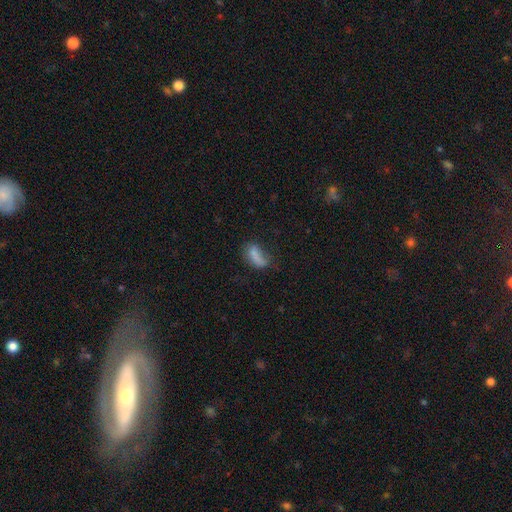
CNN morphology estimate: The model was most divided on "merging": none: 42%, minor disturbance: 30%, major disturbance: 23%, merger: 6%. More confident: how rounded — in between (82%); smooth or featured — smooth (74%).